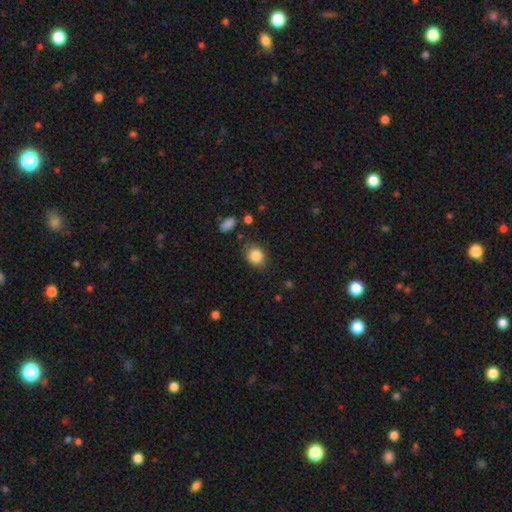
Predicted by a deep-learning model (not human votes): Q: Smooth or featured?
A: smooth (86%); runner-up: star or artifact (9%)
Q: How rounded?
A: round (61%); runner-up: in between (38%)
Q: Merging?
A: none (81%); runner-up: minor disturbance (14%)